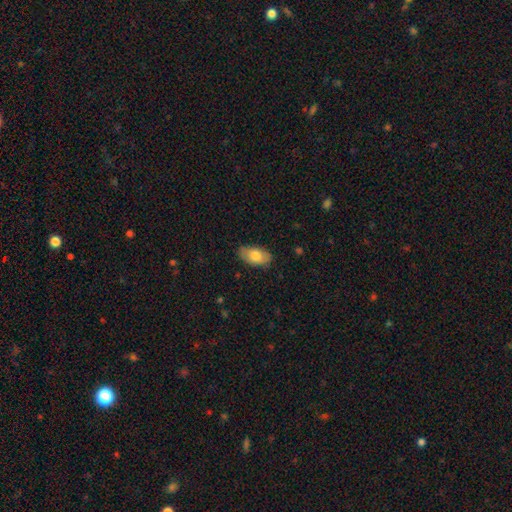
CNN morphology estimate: Q: Smooth or featured?
A: smooth (78%); runner-up: featured or disk (15%)
Q: How rounded?
A: in between (93%); runner-up: round (4%)
Q: Merging?
A: none (80%); runner-up: minor disturbance (16%)